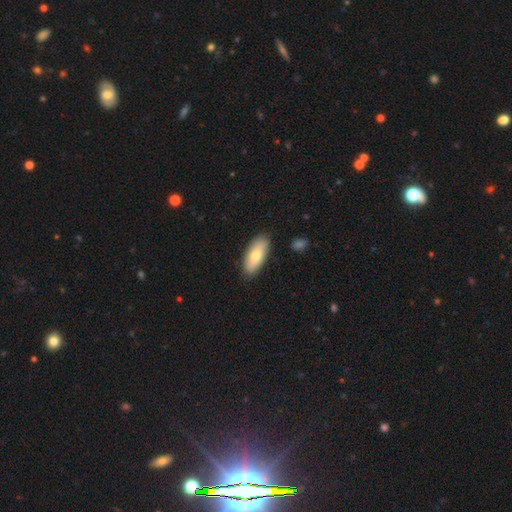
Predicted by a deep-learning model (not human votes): Smooth or featured? Predicted: smooth (p=0.75). How rounded? Predicted: in between (p=0.83). Merging? Predicted: none (p=0.86).